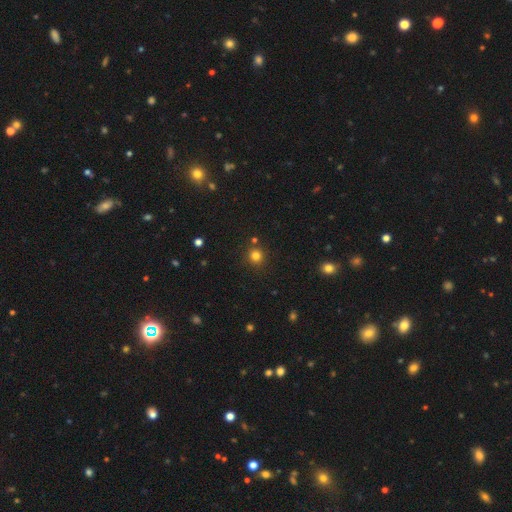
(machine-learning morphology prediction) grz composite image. It shows a smooth galaxy with no disk features (80%) that is round (92%). Merging: none (85%).